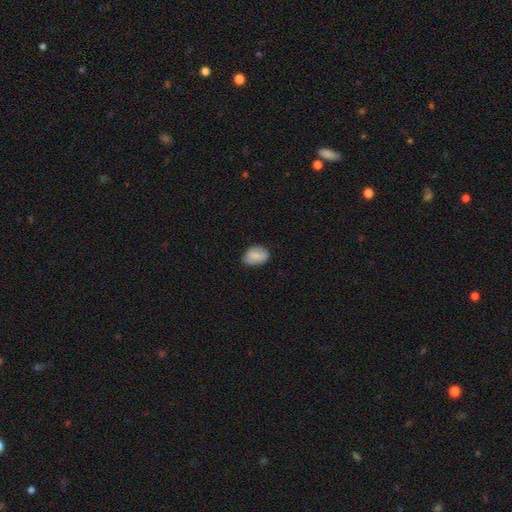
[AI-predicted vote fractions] smooth-or-featured: smooth: 78% | featured or disk: 15% | star or artifact: 7%
  how-rounded: in between: 82% | round: 17% | cigar-shaped: 1%
  merging: none: 79% | minor disturbance: 17% | major disturbance: 3% | merger: 1%